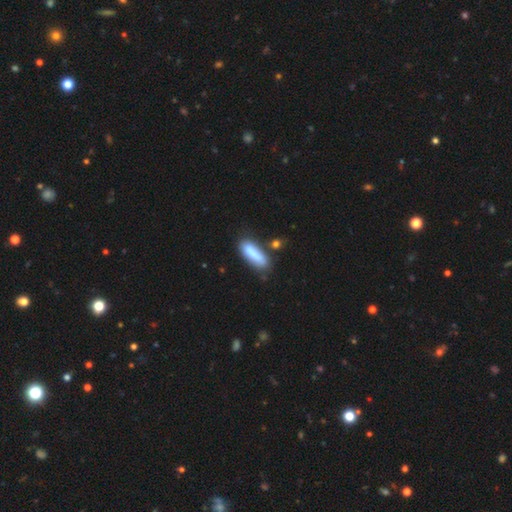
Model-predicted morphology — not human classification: Smooth or featured: smooth — 81% (featured or disk — 13%)
How rounded: cigar-shaped — 60% (in between — 38%)
Merging: none — 61% (minor disturbance — 20%)